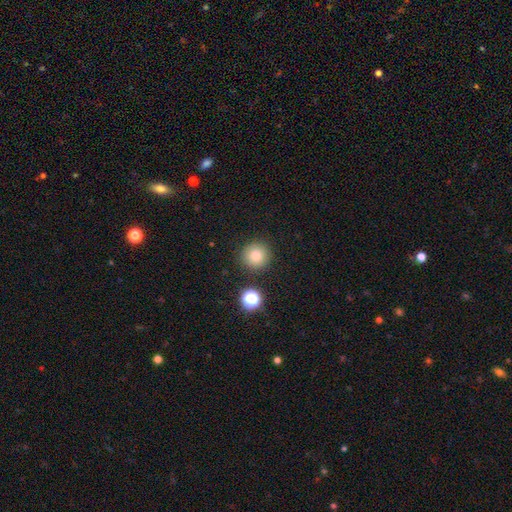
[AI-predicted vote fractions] smooth_or_featured: smooth (p=0.80) [alt: star or artifact p=0.13]
how_rounded: round (p=0.95) [alt: in between p=0.04]
merging: none (p=0.88) [alt: minor disturbance p=0.06]